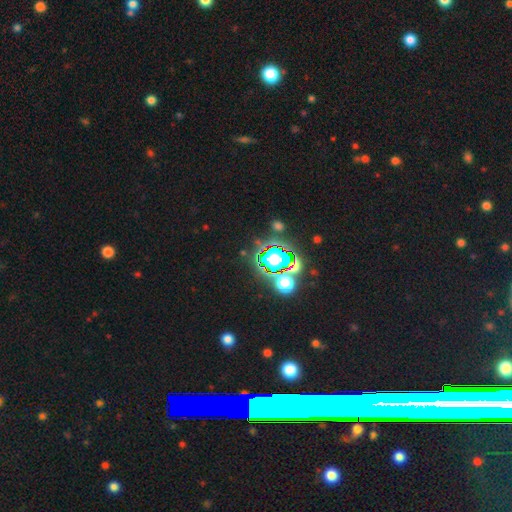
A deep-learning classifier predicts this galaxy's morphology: This appears to be a star or artifact, not a galaxy (72%).